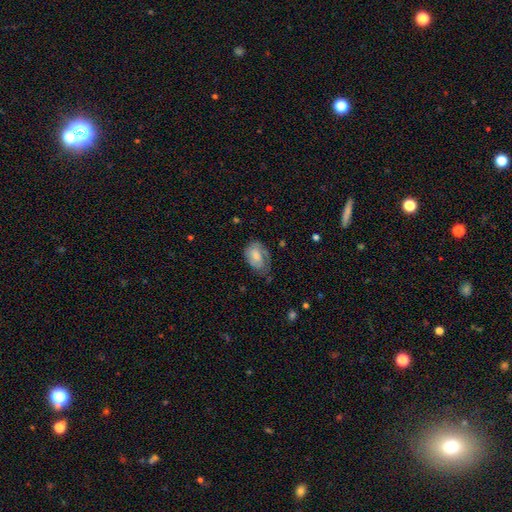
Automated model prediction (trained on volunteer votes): Smooth or featured: smooth — 59% (featured or disk — 33%)
How rounded: in between — 87% (round — 11%)
Merging: none — 43% (minor disturbance — 36%)